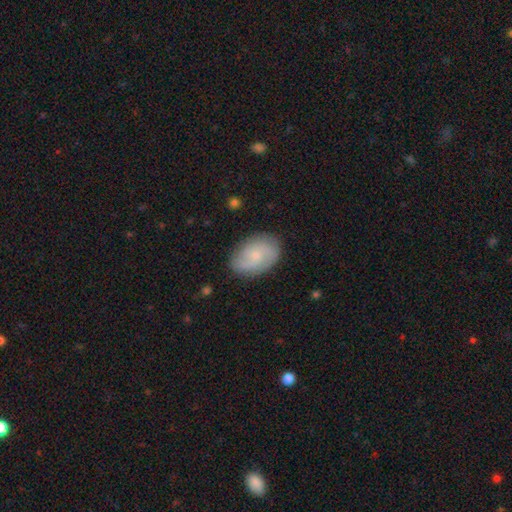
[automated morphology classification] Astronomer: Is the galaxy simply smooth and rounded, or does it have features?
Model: featured or disk — 54% (runner-up: smooth, 39%).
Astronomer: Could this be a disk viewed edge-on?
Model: no — 96%.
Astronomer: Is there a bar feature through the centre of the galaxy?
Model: no — 70%.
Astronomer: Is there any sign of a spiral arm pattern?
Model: yes — 88%.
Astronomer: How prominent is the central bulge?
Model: small — 72%.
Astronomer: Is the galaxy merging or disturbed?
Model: none — 79%.